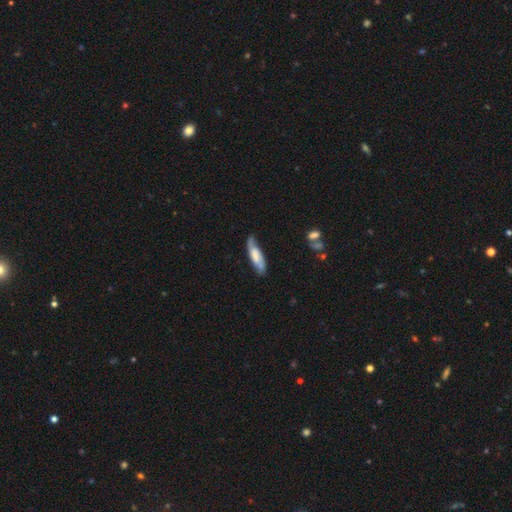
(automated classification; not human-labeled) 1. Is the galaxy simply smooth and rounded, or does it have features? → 49% smooth, 45% featured or disk, 6% star or artifact.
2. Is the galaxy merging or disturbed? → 65% none, 25% minor disturbance, 7% major disturbance, 3% merger.